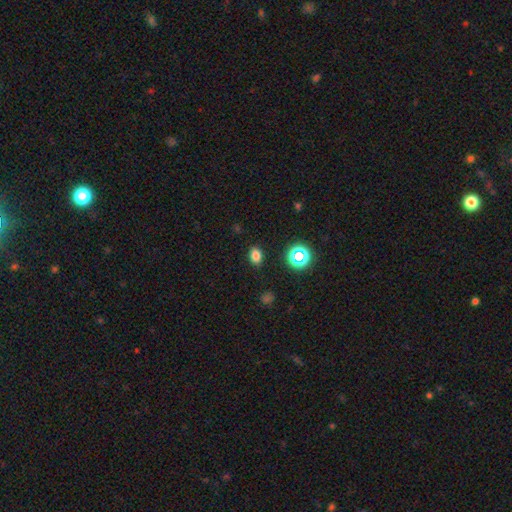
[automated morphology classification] Smooth or featured? smooth (78%)
How rounded? in between (75%)
Merging? none (88%)